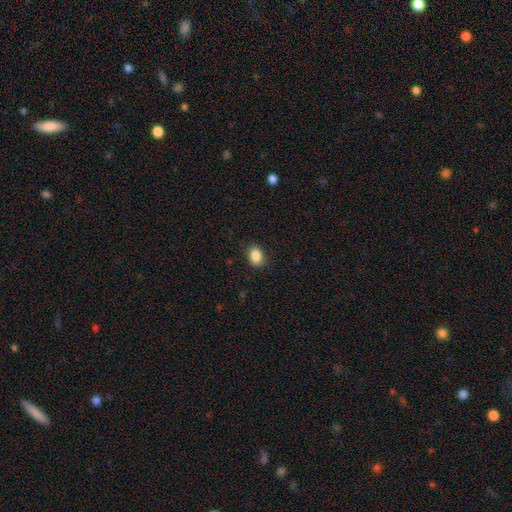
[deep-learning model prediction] Q: Smooth or featured?
A: smooth (87%); runner-up: star or artifact (8%)
Q: How rounded?
A: in between (74%); runner-up: round (24%)
Q: Merging?
A: none (86%); runner-up: minor disturbance (10%)